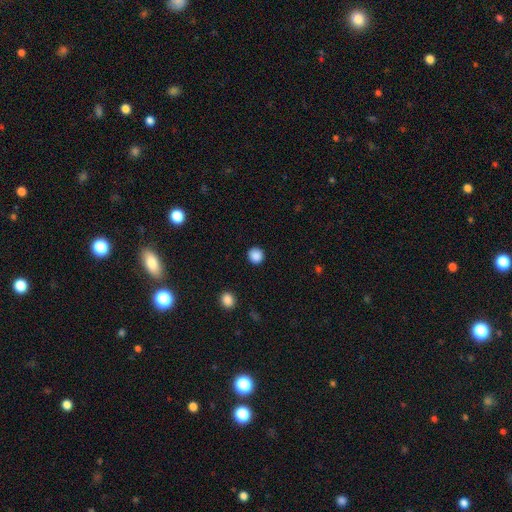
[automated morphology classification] A smooth galaxy with no disk features (88%) that is round (92%). Merging: none (92%).